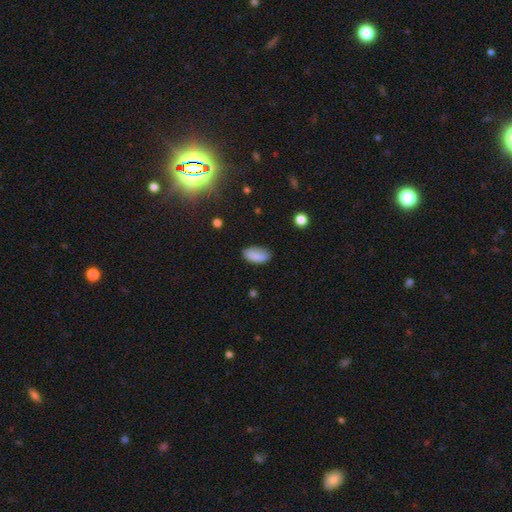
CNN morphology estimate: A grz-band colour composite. It shows a smooth galaxy with no disk features (84%) that is in between round and cigar-shaped (93%). Merging: none (71%).